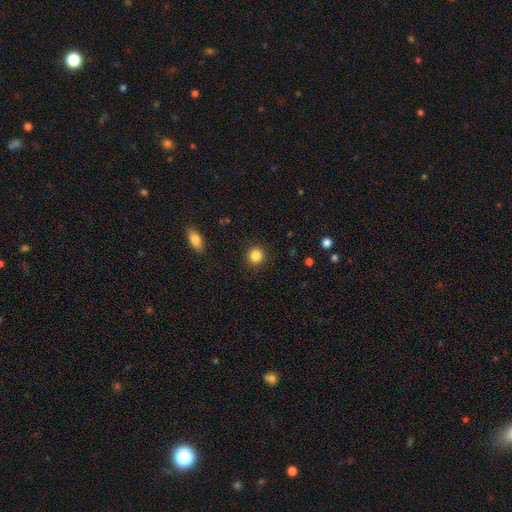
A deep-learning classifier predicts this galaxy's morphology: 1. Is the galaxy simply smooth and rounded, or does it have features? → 85% smooth, 10% star or artifact, 4% featured or disk.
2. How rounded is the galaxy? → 93% round, 6% in between, 1% cigar-shaped.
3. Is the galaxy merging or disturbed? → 91% none, 6% minor disturbance, 2% major disturbance, 1% merger.